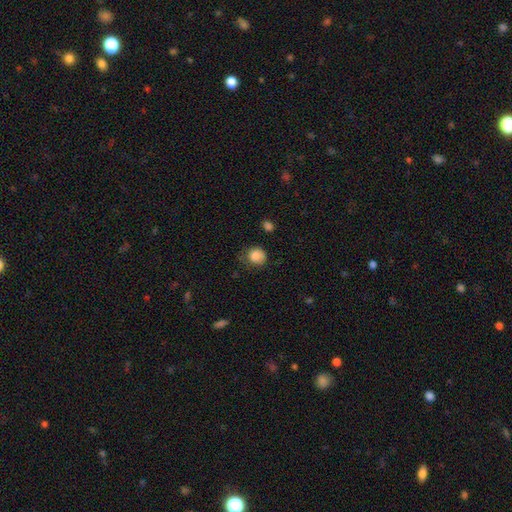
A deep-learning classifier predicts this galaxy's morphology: The model was most divided on "merging": none: 52%, minor disturbance: 32%, major disturbance: 14%, merger: 2%. More confident: smooth or featured — smooth (81%); how rounded — round (77%).